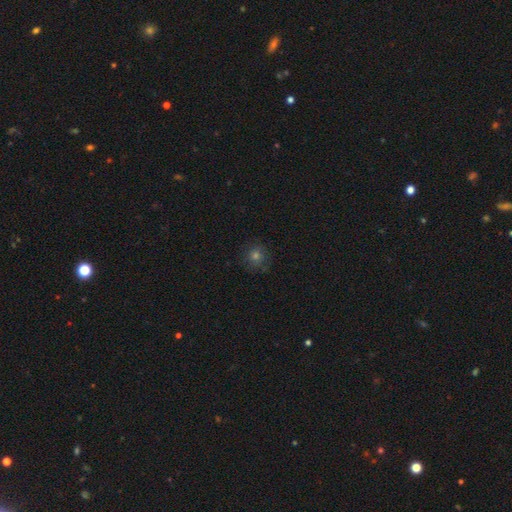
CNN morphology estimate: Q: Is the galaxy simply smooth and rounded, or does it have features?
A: smooth — 62%.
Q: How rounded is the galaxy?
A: round — 92%.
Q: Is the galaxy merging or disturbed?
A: none — 84%.